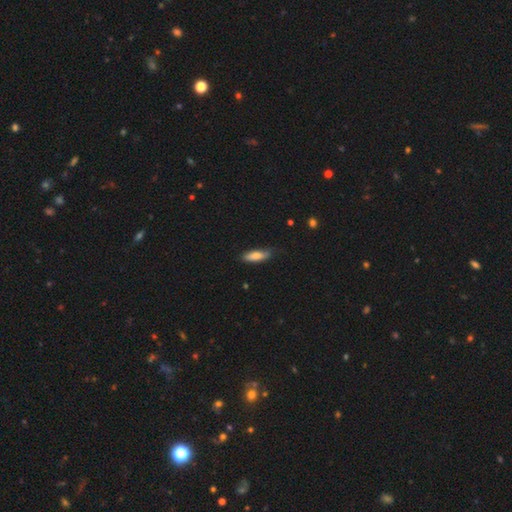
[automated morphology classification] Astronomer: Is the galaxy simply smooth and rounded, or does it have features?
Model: smooth — 77%.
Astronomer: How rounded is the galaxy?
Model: in between — 52% (runner-up: cigar-shaped, 46%).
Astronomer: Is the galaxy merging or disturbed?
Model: none — 72%.